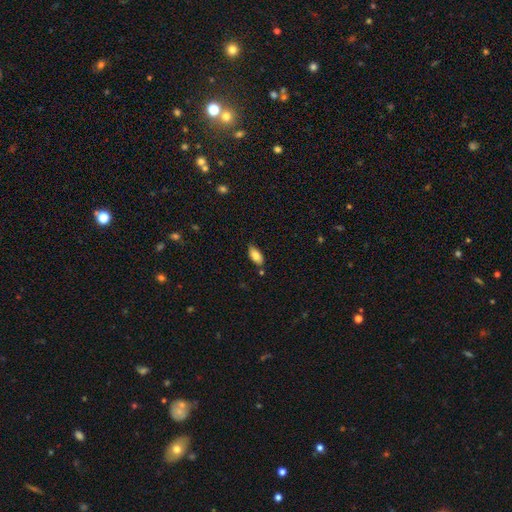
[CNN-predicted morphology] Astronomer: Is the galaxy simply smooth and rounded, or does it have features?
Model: smooth — 80%.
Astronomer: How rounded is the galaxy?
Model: in between — 90%.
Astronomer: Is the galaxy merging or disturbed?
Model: none — 78%.